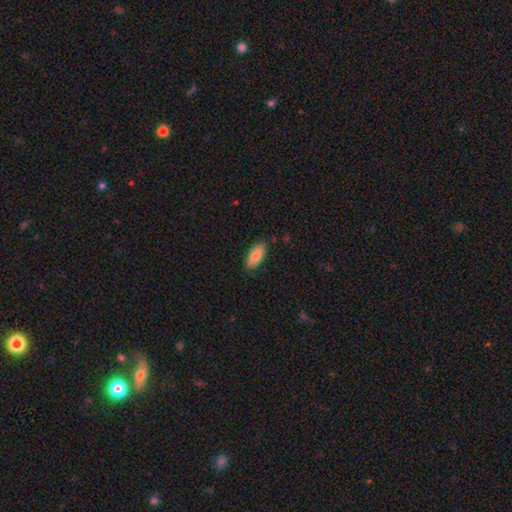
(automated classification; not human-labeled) Q: Smooth or featured?
A: smooth (83%); runner-up: featured or disk (11%)
Q: How rounded?
A: in between (89%); runner-up: cigar-shaped (9%)
Q: Merging?
A: none (84%); runner-up: minor disturbance (13%)